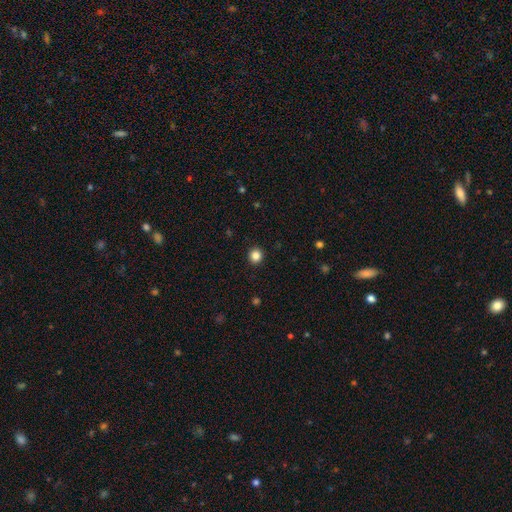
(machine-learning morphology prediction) Smooth or featured?
  - smooth: 84% *
  - star or artifact: 12%
  - featured or disk: 4%
How rounded?
  - round: 90% *
  - in between: 9%
  - cigar-shaped: 1%
Merging?
  - none: 92% *
  - minor disturbance: 5%
  - major disturbance: 2%
  - merger: 1%